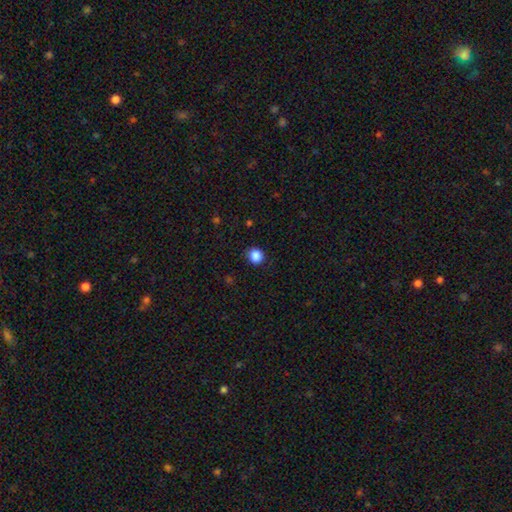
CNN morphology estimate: smooth-or-featured: smooth: 87% | star or artifact: 10% | featured or disk: 3%
  how-rounded: round: 83% | in between: 16% | cigar-shaped: 1%
  merging: none: 86% | minor disturbance: 10% | major disturbance: 3% | merger: 1%